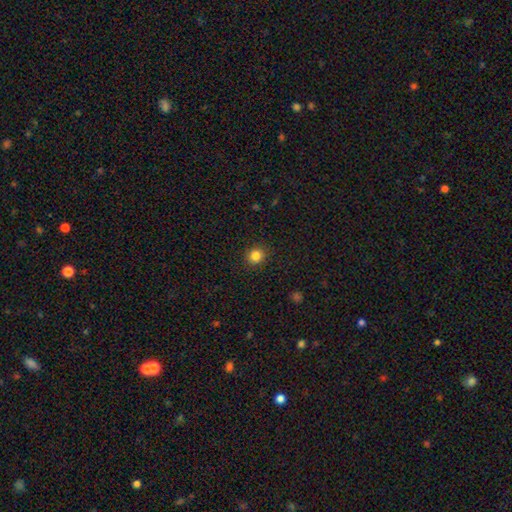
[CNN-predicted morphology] The model was most divided on "smooth or featured": smooth: 84%, star or artifact: 12%, featured or disk: 5%. More confident: merging — none (91%); how rounded — round (87%).